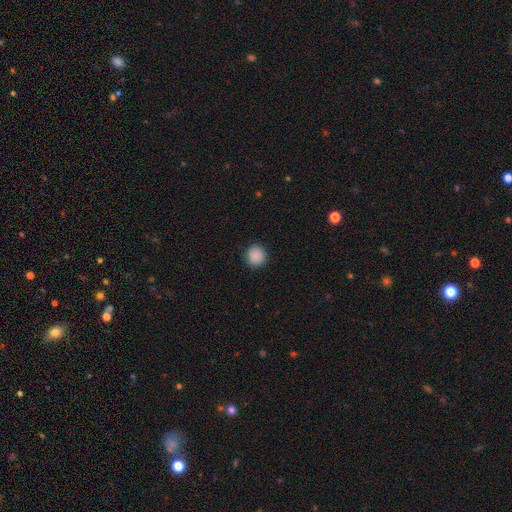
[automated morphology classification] smooth_or_featured: smooth (p=0.89) [alt: star or artifact p=0.08]
how_rounded: round (p=0.91) [alt: in between p=0.08]
merging: none (p=0.91) [alt: minor disturbance p=0.06]